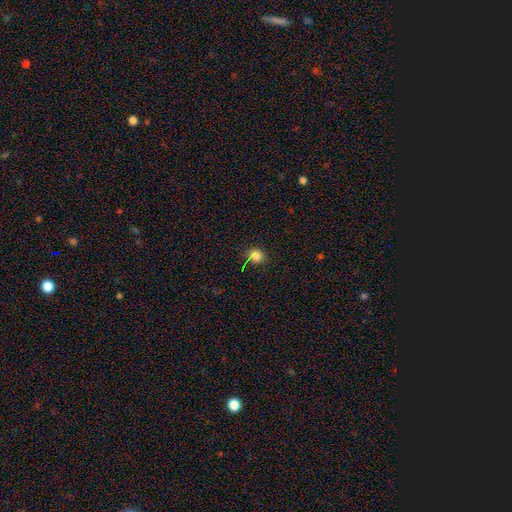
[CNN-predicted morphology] This is clearly a smooth galaxy (81%). How rounded: likely round (74%). Merging: likely none (80%).